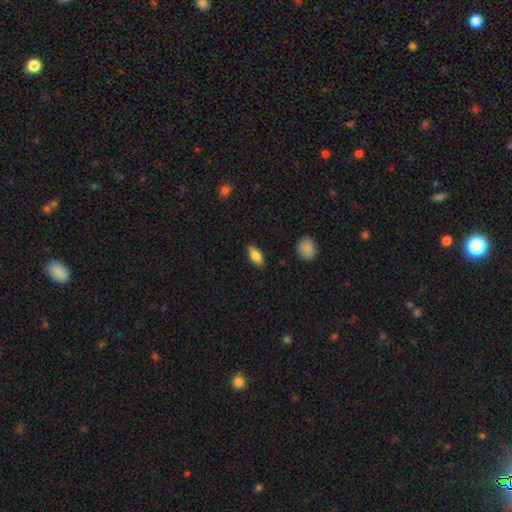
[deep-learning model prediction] This appears to be a smooth galaxy with no disk features (76%) that is in between round and cigar-shaped (84%). Merging: none (86%).